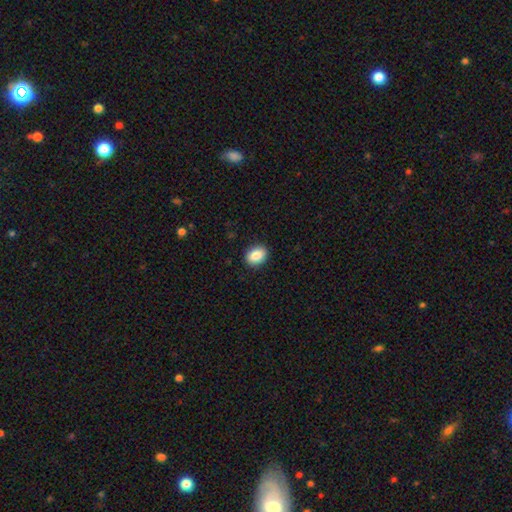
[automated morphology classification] Smooth or featured: smooth — 87% (star or artifact — 8%)
How rounded: in between — 66% (round — 33%)
Merging: none — 90% (minor disturbance — 7%)